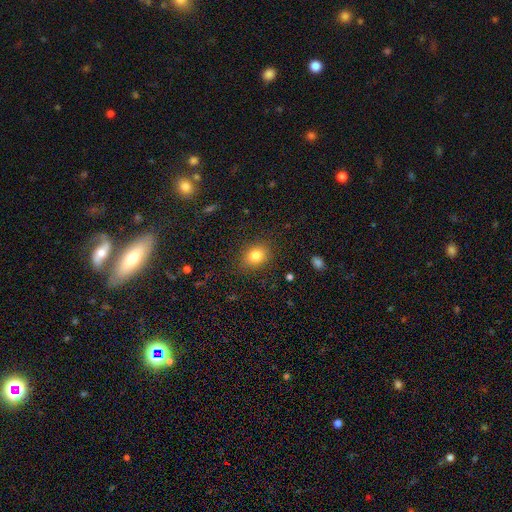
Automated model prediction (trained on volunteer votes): Q: Smooth or featured?
A: smooth (82%); runner-up: star or artifact (11%)
Q: How rounded?
A: in between (50%); runner-up: round (48%)
Q: Merging?
A: none (85%); runner-up: minor disturbance (11%)